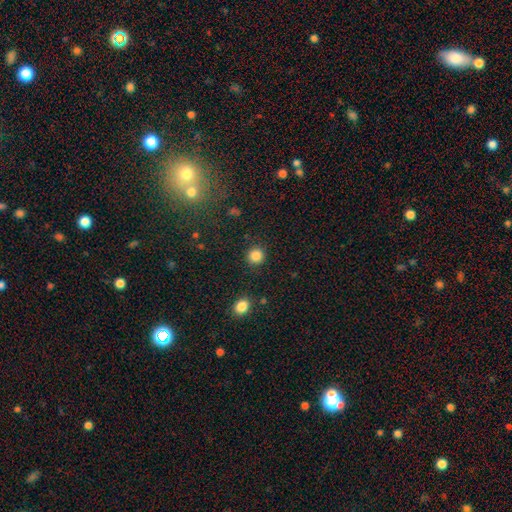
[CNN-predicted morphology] This appears to be a smooth galaxy with no disk features (86%) that is round (91%). Merging: none (89%).